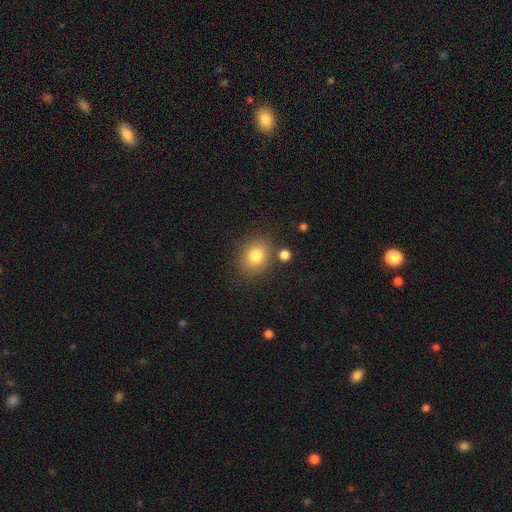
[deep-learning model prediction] Smooth or featured? Predicted: smooth (p=0.81). How rounded? Predicted: round (p=0.68). Merging? Predicted: none (p=0.79).